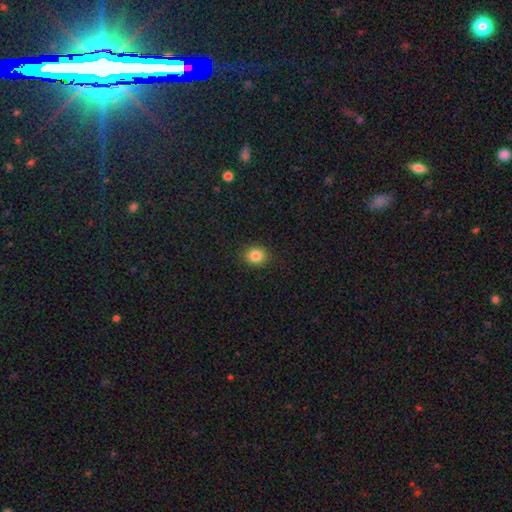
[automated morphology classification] Smooth or featured?
  - smooth: 83% *
  - star or artifact: 11%
  - featured or disk: 6%
How rounded?
  - round: 78% *
  - in between: 21%
  - cigar-shaped: 1%
Merging?
  - none: 90% *
  - minor disturbance: 7%
  - major disturbance: 2%
  - merger: 1%